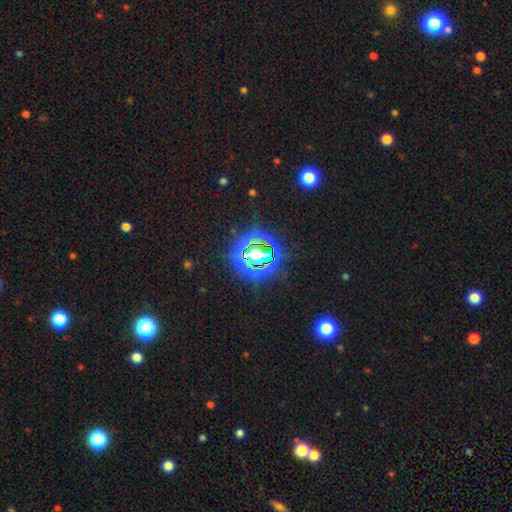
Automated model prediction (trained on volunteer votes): smooth_or_featured: star or artifact (p=0.74) [alt: smooth p=0.16]